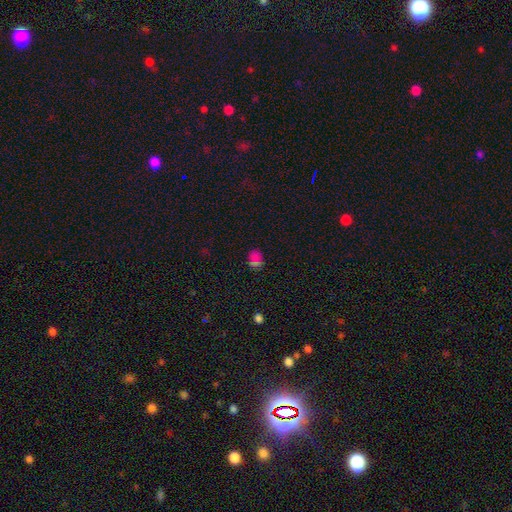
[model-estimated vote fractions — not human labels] A smooth galaxy with no disk features (57%) that is round (49%).

Vote fractions:
- Smooth or featured? smooth: 57% / star or artifact: 34% / featured or disk: 9%
- How rounded? round: 49% / in between: 48% / cigar-shaped: 2%
- Merging? none: 72% / minor disturbance: 14% / merger: 9% / major disturbance: 6%